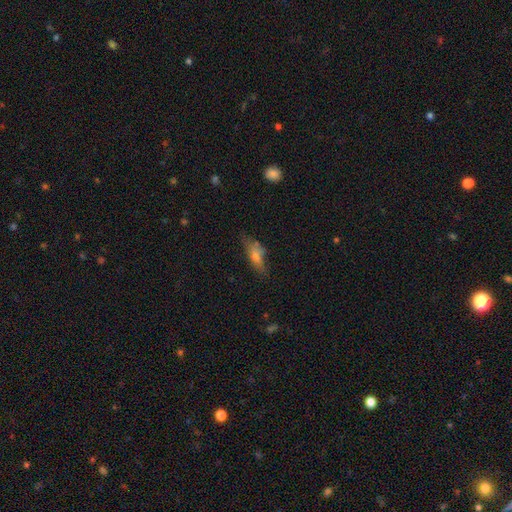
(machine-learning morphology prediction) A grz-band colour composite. It shows a smooth galaxy with no disk features (53%) that is in between round and cigar-shaped (55%). Merging: none (54%).